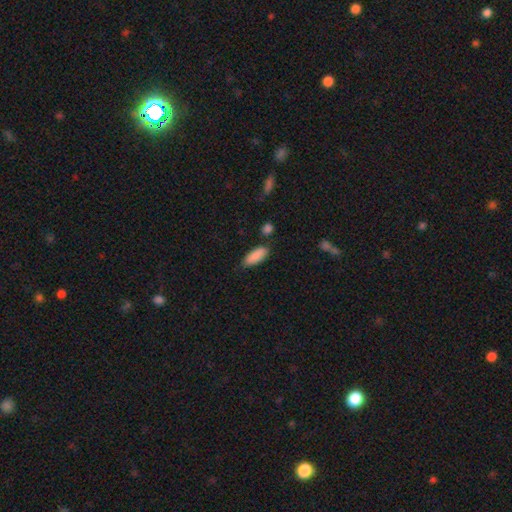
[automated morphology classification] Smooth or featured: smooth — 89% (star or artifact — 6%)
How rounded: in between — 73% (cigar-shaped — 25%)
Merging: none — 79% (minor disturbance — 14%)